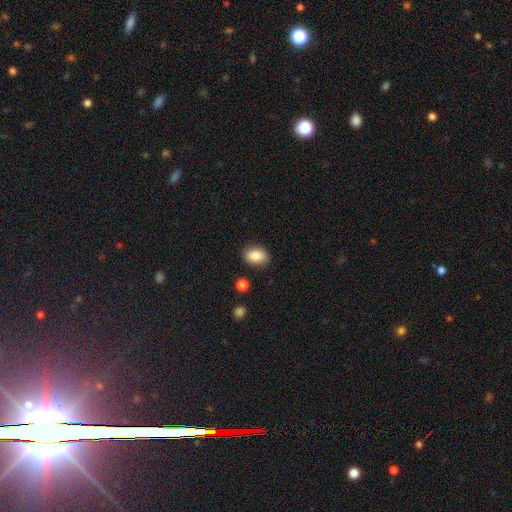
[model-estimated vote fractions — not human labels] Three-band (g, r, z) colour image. It shows a smooth galaxy with no disk features (86%) that is in between round and cigar-shaped (81%). Merging: none (84%).